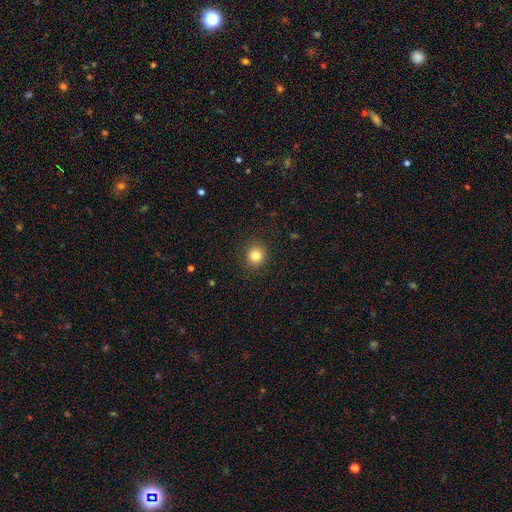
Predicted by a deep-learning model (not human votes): A smooth galaxy with no disk features (83%) that is round (90%). Merging: none (90%).